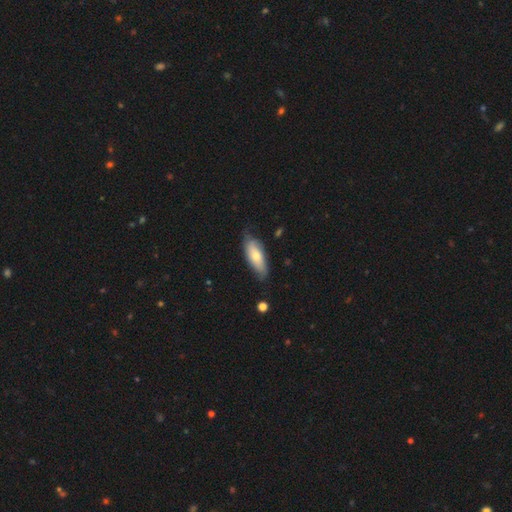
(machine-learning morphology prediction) type=smooth (62%); roundness=in between (75%); merging=none (66%).